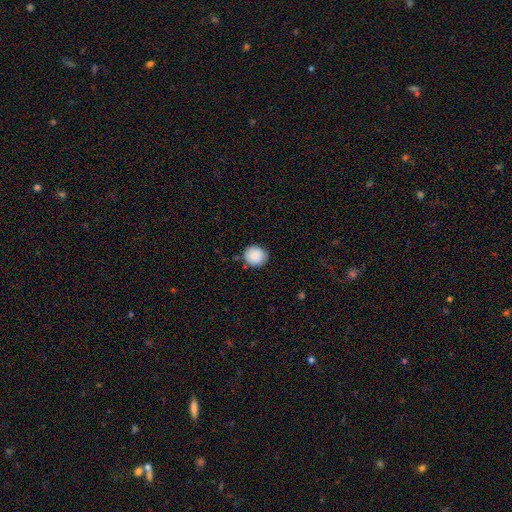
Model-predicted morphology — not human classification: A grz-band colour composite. It shows a smooth galaxy with no disk features (88%) that is round (86%). Merging: none (85%).